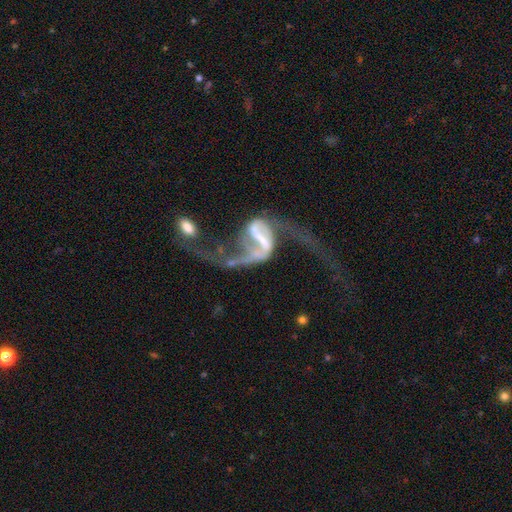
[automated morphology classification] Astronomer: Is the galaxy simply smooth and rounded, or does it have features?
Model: featured or disk — 88%.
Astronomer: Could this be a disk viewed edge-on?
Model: no — 97%.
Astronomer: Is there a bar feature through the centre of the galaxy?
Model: strong — 43% (runner-up: weak, 38%).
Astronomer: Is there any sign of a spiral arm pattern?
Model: yes — 93%.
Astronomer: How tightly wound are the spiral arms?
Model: loose — 88%.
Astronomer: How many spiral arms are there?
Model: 2 — 90%.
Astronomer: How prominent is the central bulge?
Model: none — 45% (runner-up: small, 32%).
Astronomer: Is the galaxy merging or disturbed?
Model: none — 37% (runner-up: major disturbance, 29%).